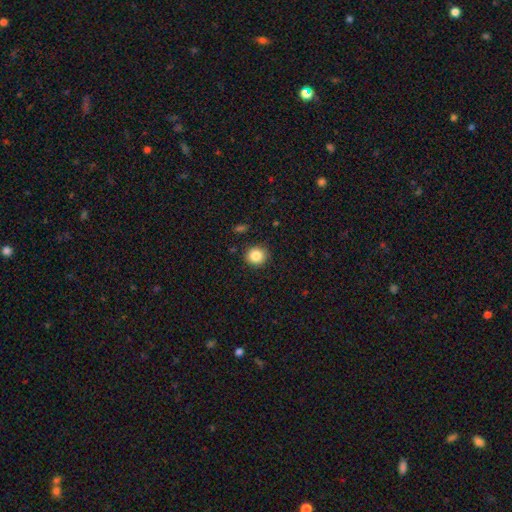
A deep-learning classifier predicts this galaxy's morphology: A smooth galaxy with no disk features (85%) that is round (88%). Merging: none (90%).